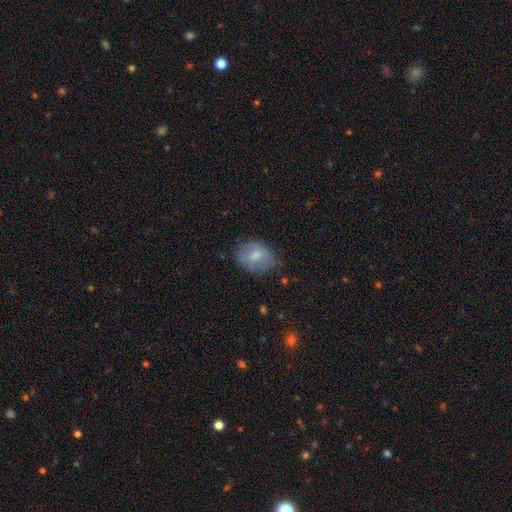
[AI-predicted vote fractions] A smooth galaxy with no disk features (61%) that is in between round and cigar-shaped (67%).

Vote fractions:
- Smooth or featured? smooth: 61% / featured or disk: 31% / star or artifact: 8%
- How rounded? in between: 67% / round: 32% / cigar-shaped: 1%
- Merging? none: 54% / minor disturbance: 32% / major disturbance: 12% / merger: 2%